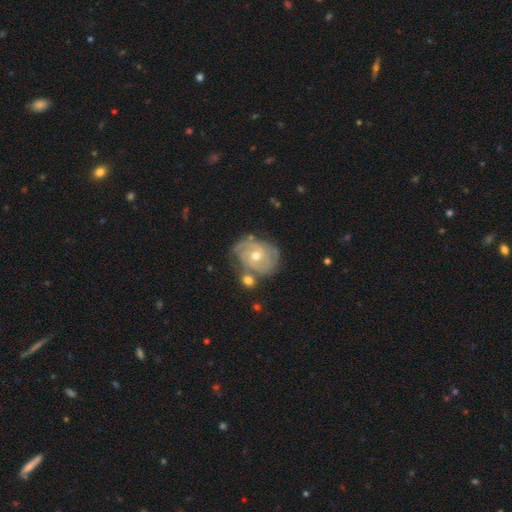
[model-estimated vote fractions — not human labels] smooth-or-featured: featured or disk: 85% | smooth: 10% | star or artifact: 5%
  disk-edge-on: no: 97% | yes: 3%
    bar: no: 64% | weak: 30% | strong: 6%
    has-spiral-arms: yes: 95% | no: 5%
      spiral-winding: tight: 69% | medium: 25% | loose: 6%
      spiral-arm-count: 3: 30% | 2: 28% | can't tell: 24% | 4: 9% | 1: 5% | more than 4: 5%
    bulge-size: moderate: 62% | small: 34% | large: 2% | none: 1% | dominant: 1%
  merging: none: 62% | minor disturbance: 19% | merger: 11% | major disturbance: 7%